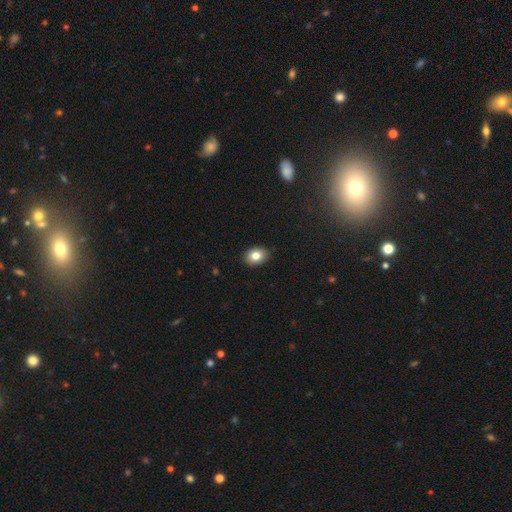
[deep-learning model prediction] The model was most divided on "how rounded": in between: 71%, round: 28%, cigar-shaped: 1%. More confident: merging — none (90%); smooth or featured — smooth (82%).